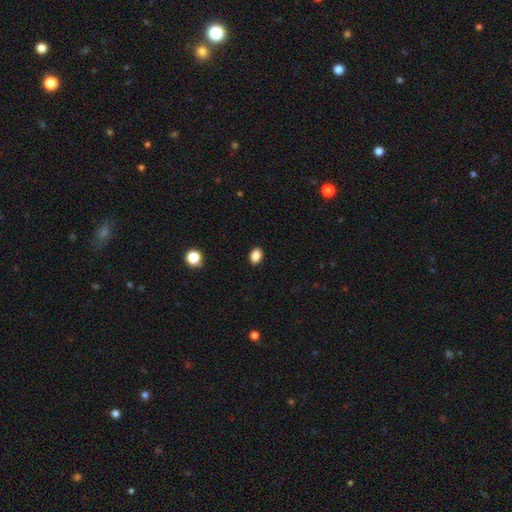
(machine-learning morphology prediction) Smooth or featured? Predicted: smooth (p=0.88). How rounded? Predicted: in between (p=0.75). Merging? Predicted: none (p=0.90).